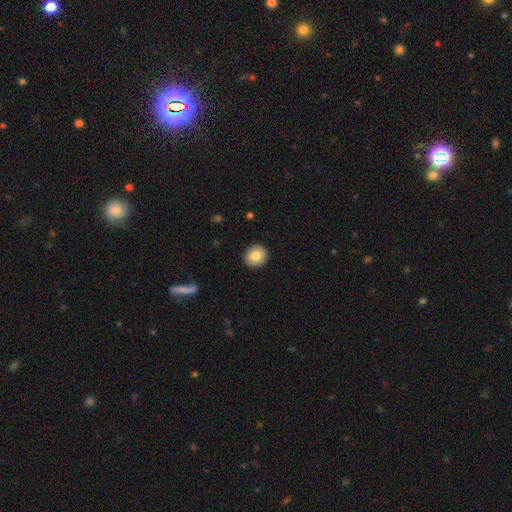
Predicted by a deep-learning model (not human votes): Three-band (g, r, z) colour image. It shows a smooth galaxy with no disk features (82%) that is round (90%). Merging: none (92%).